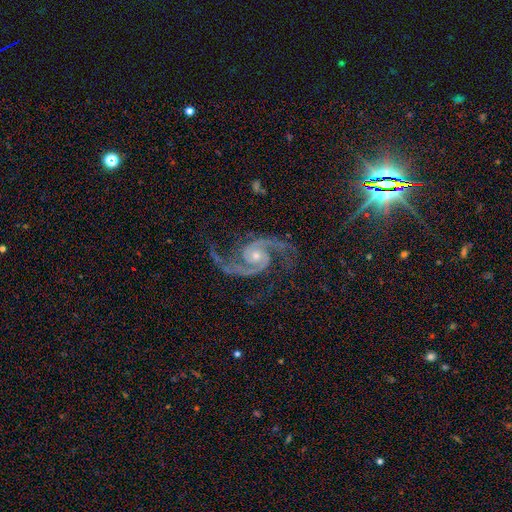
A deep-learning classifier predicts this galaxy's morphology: A featured or disk galaxy (91%) with no bar (65%), 2 (92%) medium (64%) spiral arms (99%) and a small central bulge (57%).

Vote fractions:
- Smooth or featured? featured or disk: 91% / star or artifact: 7% / smooth: 2%
- Edge-on disk? no: 98% / yes: 2%
- Bar? no: 65% / weak: 25% / strong: 10%
- Spiral arms? yes: 99% / no: 1%
- Spiral winding? medium: 64% / loose: 20% / tight: 17%
- Spiral arm count? 2: 92% / 3: 3% / can't tell: 1% / 1: 1% / 4: 1% / more than 4: 1%
- Bulge size? small: 57% / moderate: 38% / none: 2% / large: 2% / dominant: 1%
- Merging? none: 77% / minor disturbance: 14% / major disturbance: 8% / merger: 2%